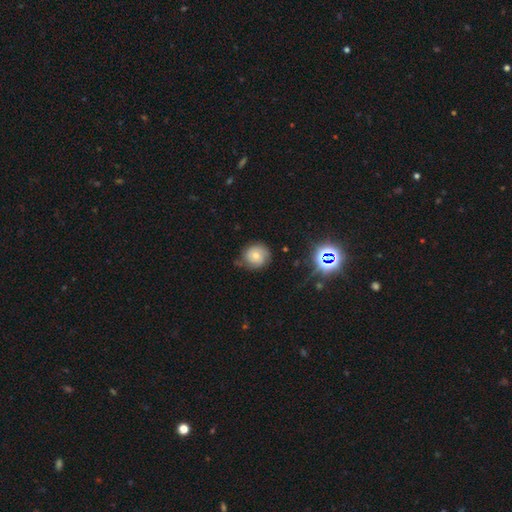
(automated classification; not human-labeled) Overall: featured or disk (44%, tied with smooth). Merging: none (64%; minor disturbance 26%).